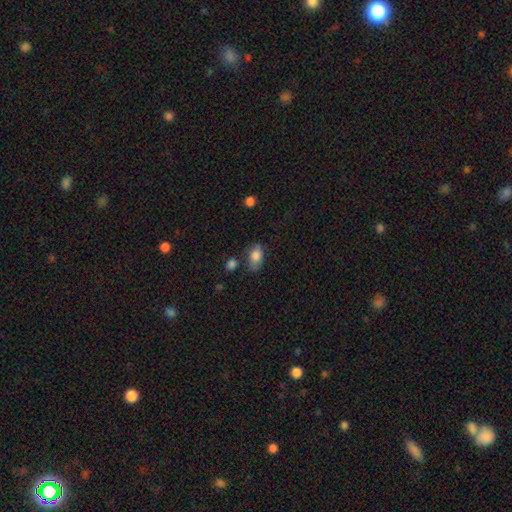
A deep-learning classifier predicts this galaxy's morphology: Q: Smooth or featured?
A: smooth (80%); runner-up: featured or disk (12%)
Q: How rounded?
A: in between (87%); runner-up: round (10%)
Q: Merging?
A: none (61%); runner-up: minor disturbance (26%)